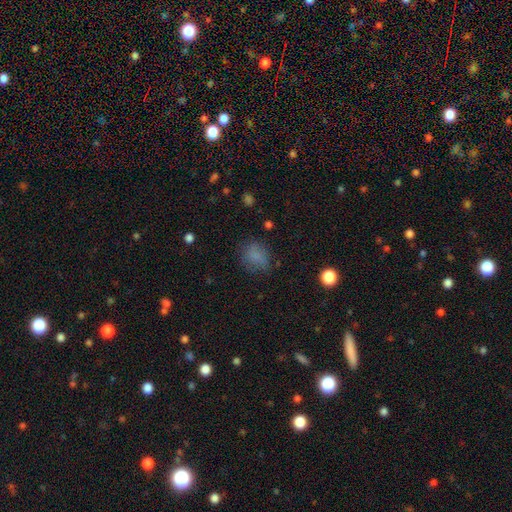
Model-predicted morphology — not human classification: A smooth galaxy with no disk features (78%) that is round (50%).

Vote fractions:
- Smooth or featured? smooth: 78% / star or artifact: 14% / featured or disk: 9%
- How rounded? round: 50% / in between: 49% / cigar-shaped: 2%
- Merging? none: 68% / minor disturbance: 21% / major disturbance: 9% / merger: 2%